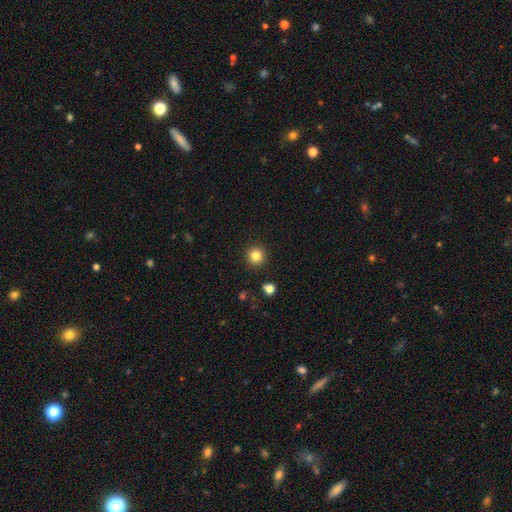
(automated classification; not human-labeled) A smooth galaxy with no disk features (82%) that is round (95%).

Vote fractions:
- Smooth or featured? smooth: 82% / star or artifact: 12% / featured or disk: 5%
- How rounded? round: 95% / in between: 4% / cigar-shaped: 1%
- Merging? none: 92% / minor disturbance: 5% / major disturbance: 2% / merger: 2%